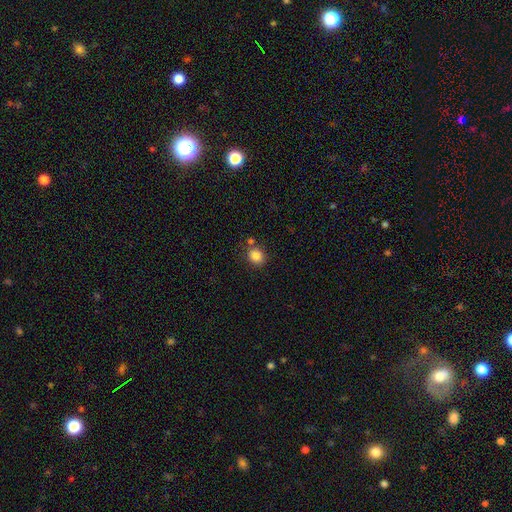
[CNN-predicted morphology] Smooth or featured: smooth — 85% (star or artifact — 10%)
How rounded: round — 73% (in between — 26%)
Merging: none — 72% (merger — 12%)